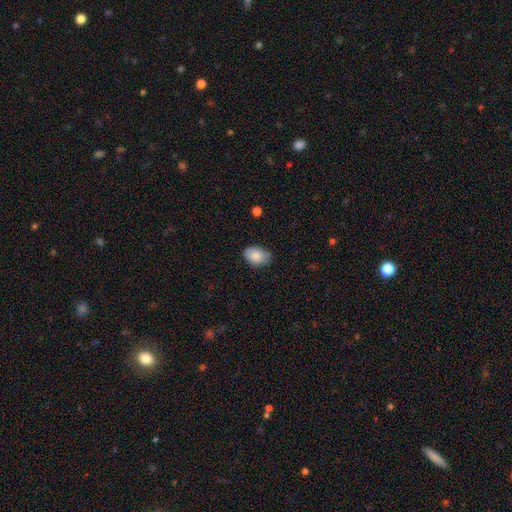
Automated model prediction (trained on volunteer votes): The model was most divided on "merging": none: 74%, minor disturbance: 22%, major disturbance: 3%, merger: 1%. More confident: smooth or featured — smooth (86%); how rounded — in between (86%).